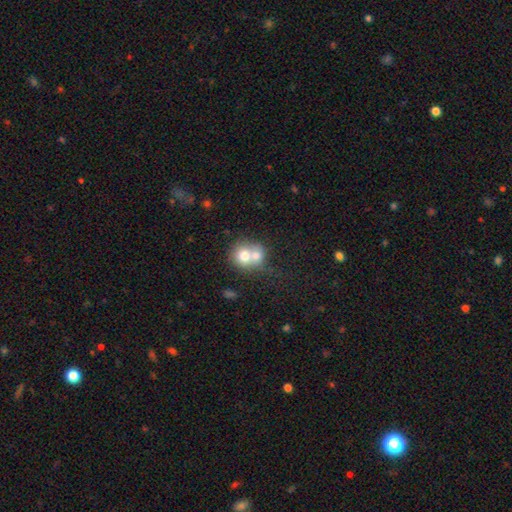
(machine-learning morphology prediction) A smooth galaxy with no disk features (70%) that is round (76%). Merging: merger (67%).